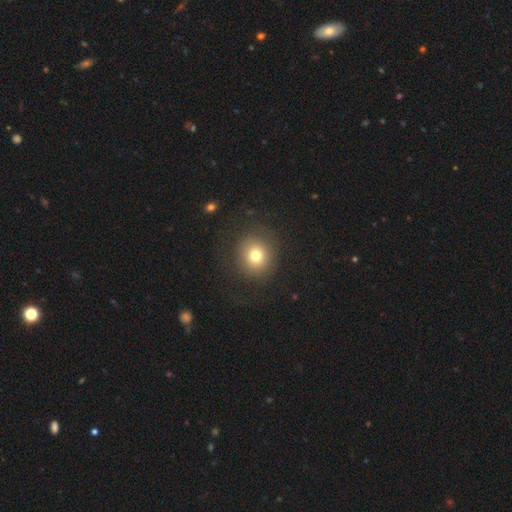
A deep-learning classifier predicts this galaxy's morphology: smooth-or-featured: smooth: 75% | star or artifact: 14% | featured or disk: 12%
  how-rounded: round: 89% | in between: 10% | cigar-shaped: 1%
  merging: none: 85% | minor disturbance: 8% | major disturbance: 6% | merger: 1%